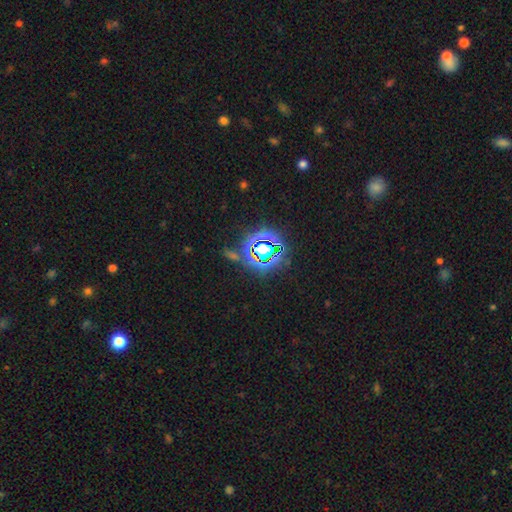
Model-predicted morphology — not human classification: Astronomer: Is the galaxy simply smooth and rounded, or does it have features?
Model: star or artifact — 79%.